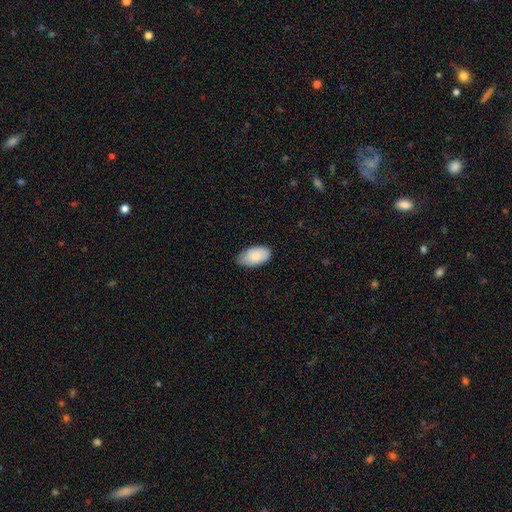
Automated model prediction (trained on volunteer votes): Smooth or featured? Predicted: smooth (p=0.79). How rounded? Predicted: in between (p=0.95). Merging? Predicted: none (p=0.72).